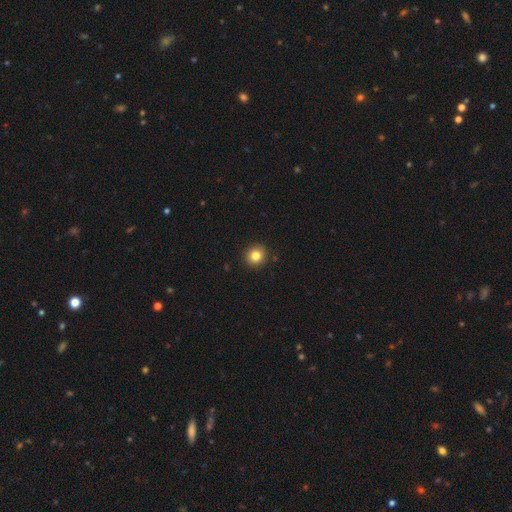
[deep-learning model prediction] Morphology: type=smooth (83%); roundness=round (88%); merging=none (92%).